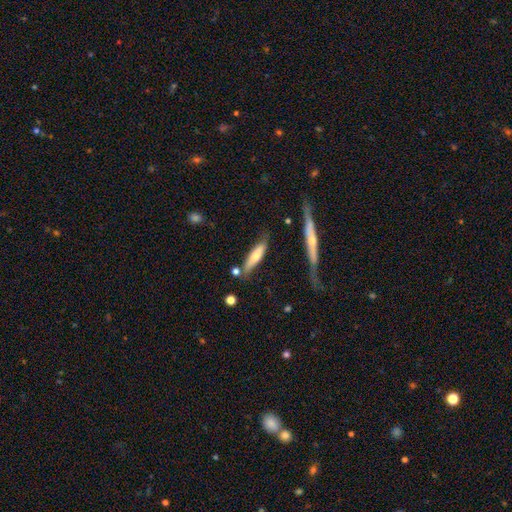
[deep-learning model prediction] A smooth galaxy with no disk features (60%) that is cigar-shaped (71%). Merging: none (65%).